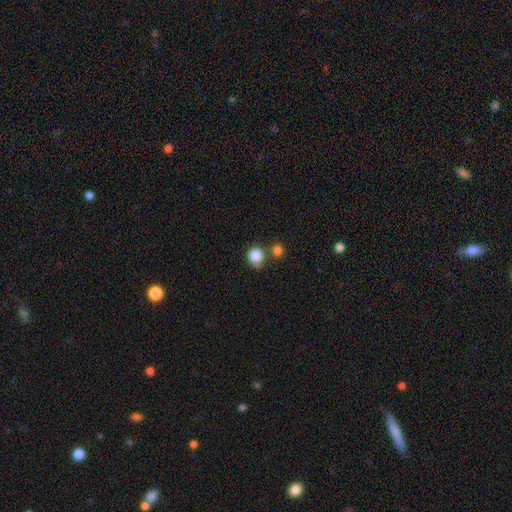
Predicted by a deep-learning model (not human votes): Smooth or featured? smooth (85%)
How rounded? round (87%)
Merging? none (58%)